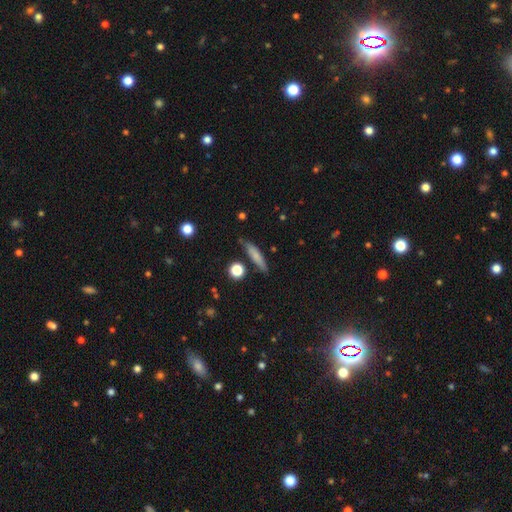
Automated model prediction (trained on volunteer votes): smooth 70%, featured or disk 22%, star or artifact 8%. Down the decision tree: how rounded — cigar-shaped (80%); merging — none (77%).